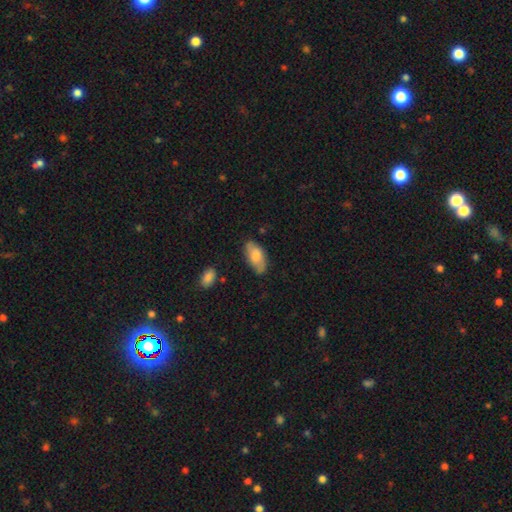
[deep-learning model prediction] Smooth or featured?
  - smooth: 73% *
  - featured or disk: 21%
  - star or artifact: 6%
How rounded?
  - in between: 93% *
  - cigar-shaped: 5%
  - round: 2%
Merging?
  - none: 72% *
  - minor disturbance: 22%
  - major disturbance: 4%
  - merger: 2%